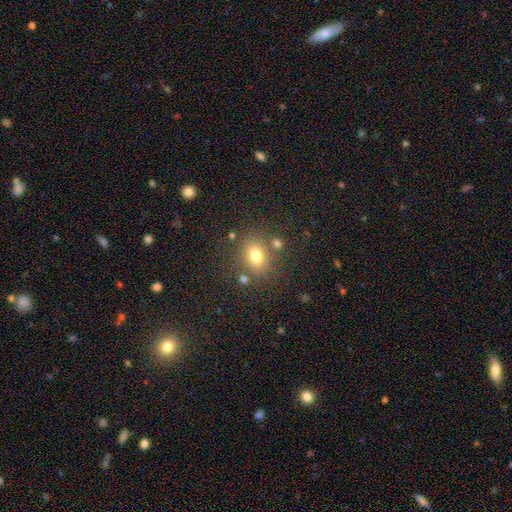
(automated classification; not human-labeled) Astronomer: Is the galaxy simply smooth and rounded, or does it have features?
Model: smooth — 75%.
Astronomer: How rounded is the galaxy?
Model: in between — 54% (runner-up: round, 44%).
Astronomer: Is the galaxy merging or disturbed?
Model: none — 74%.